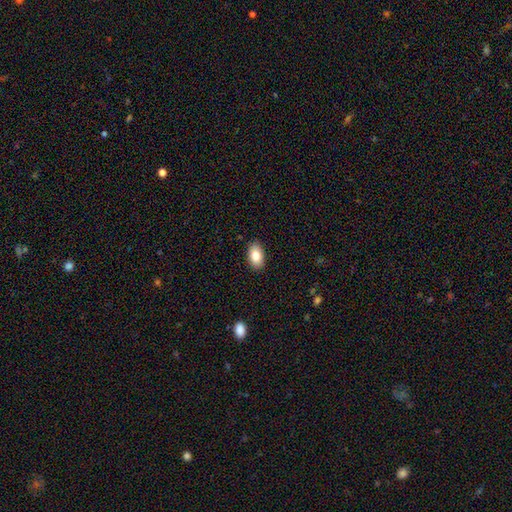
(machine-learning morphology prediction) Smooth or featured? smooth (85%)
How rounded? in between (93%)
Merging? none (89%)